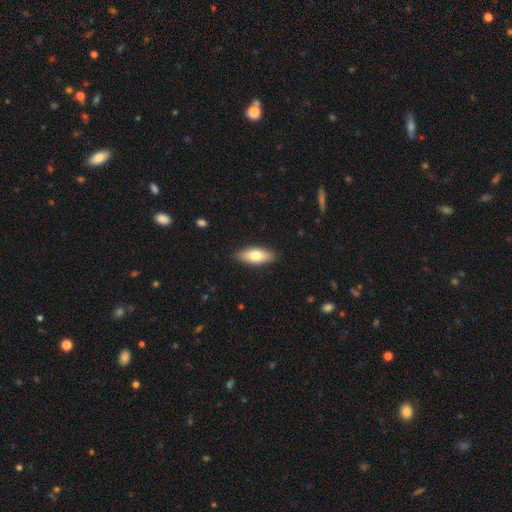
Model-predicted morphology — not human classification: smooth 74%, featured or disk 20%, star or artifact 6%. Down the decision tree: how rounded — in between (78%); merging — none (88%).